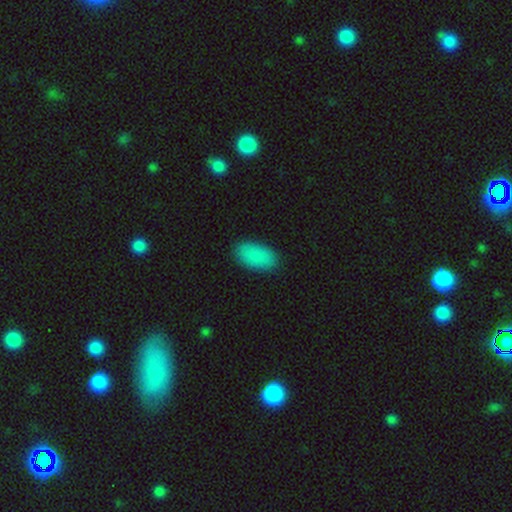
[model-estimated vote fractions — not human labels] Morphology: type=smooth (88%); roundness=in between (94%); merging=none (86%).